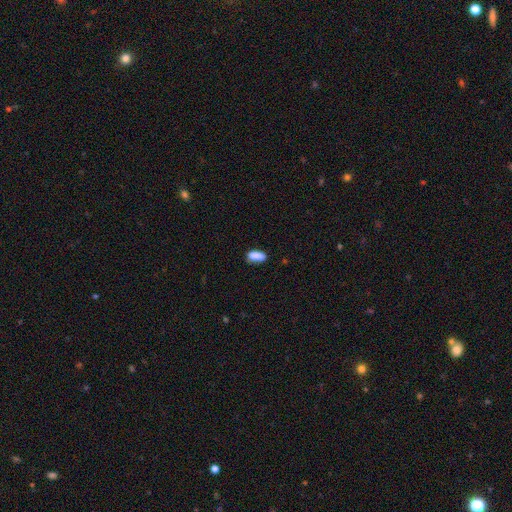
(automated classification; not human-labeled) A smooth galaxy with no disk features (85%) that is in between round and cigar-shaped (85%).

Vote fractions:
- Smooth or featured? smooth: 85% / star or artifact: 9% / featured or disk: 6%
- How rounded? in between: 85% / cigar-shaped: 11% / round: 4%
- Merging? none: 63% / minor disturbance: 26% / major disturbance: 6% / merger: 5%